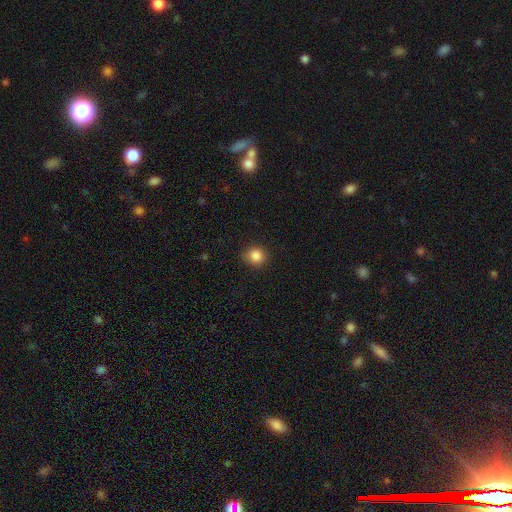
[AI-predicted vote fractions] smooth_or_featured: smooth (p=0.86) [alt: star or artifact p=0.11]
how_rounded: round (p=0.90) [alt: in between p=0.09]
merging: none (p=0.89) [alt: minor disturbance p=0.08]